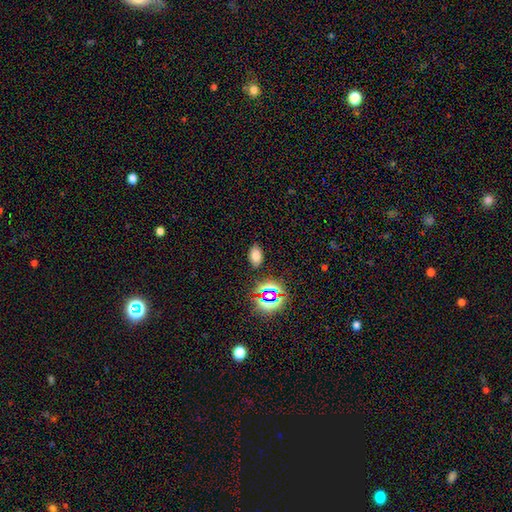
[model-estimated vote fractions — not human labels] smooth 70%, star or artifact 22%, featured or disk 8%. Down the decision tree: how rounded — in between (89%); merging — none (86%).